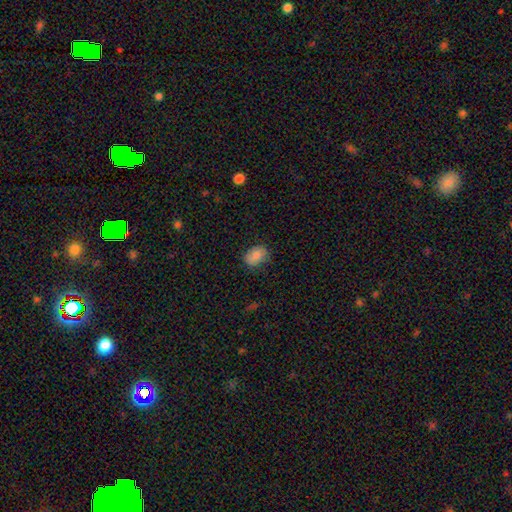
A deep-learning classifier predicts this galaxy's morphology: The model was most divided on "merging": none: 76%, minor disturbance: 19%, major disturbance: 4%, merger: 1%. More confident: smooth or featured — smooth (84%); how rounded — in between (78%).